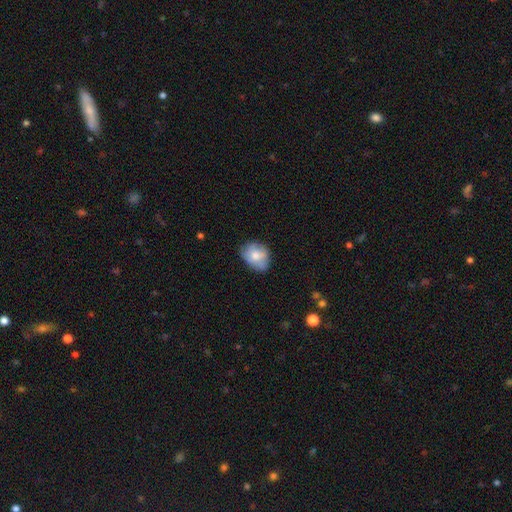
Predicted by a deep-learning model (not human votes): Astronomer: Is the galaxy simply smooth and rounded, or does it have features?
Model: smooth — 68%.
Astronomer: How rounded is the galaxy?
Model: in between — 61% (runner-up: round, 38%).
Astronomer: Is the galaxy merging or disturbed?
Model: none — 60%.